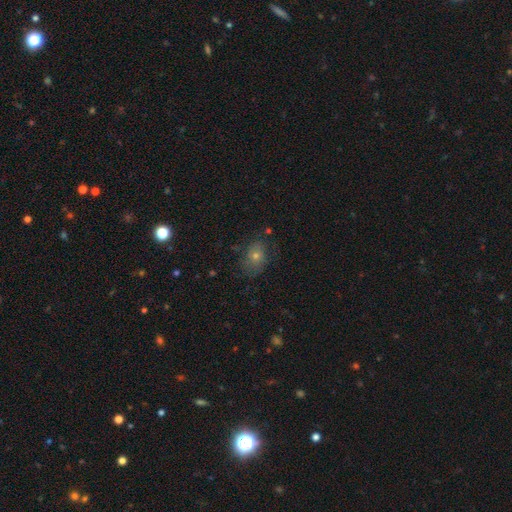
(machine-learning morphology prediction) smooth_or_featured: smooth (p=0.53) [alt: featured or disk p=0.26]
how_rounded: in between (p=0.57) [alt: round p=0.42]
merging: none (p=0.71) [alt: minor disturbance p=0.19]